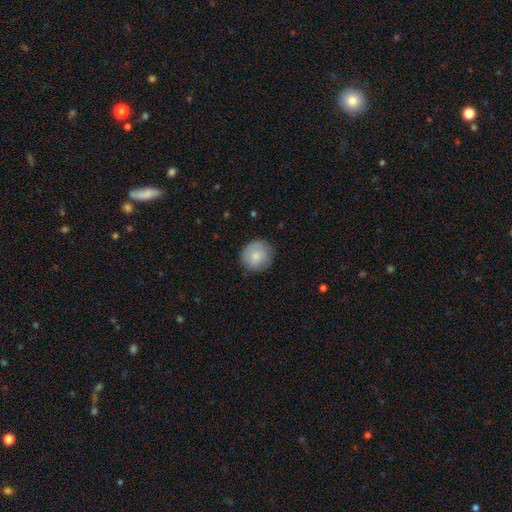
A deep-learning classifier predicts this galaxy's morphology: smooth_or_featured: smooth (p=0.79) [alt: featured or disk p=0.14]
how_rounded: round (p=0.89) [alt: in between p=0.10]
merging: none (p=0.81) [alt: minor disturbance p=0.15]